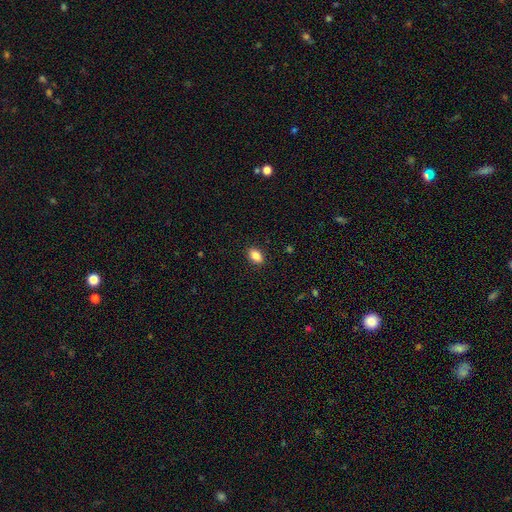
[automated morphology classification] The model was most divided on "how rounded": in between: 85%, round: 13%, cigar-shaped: 2%. More confident: merging — none (89%); smooth or featured — smooth (87%).